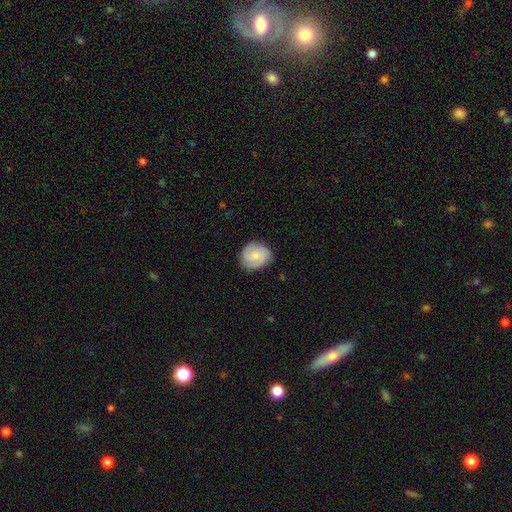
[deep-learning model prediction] A smooth galaxy with no disk features (67%) that is round (69%).

Vote fractions:
- Smooth or featured? smooth: 67% / featured or disk: 26% / star or artifact: 7%
- How rounded? round: 69% / in between: 30% / cigar-shaped: 1%
- Merging? none: 82% / minor disturbance: 14% / major disturbance: 3% / merger: 1%